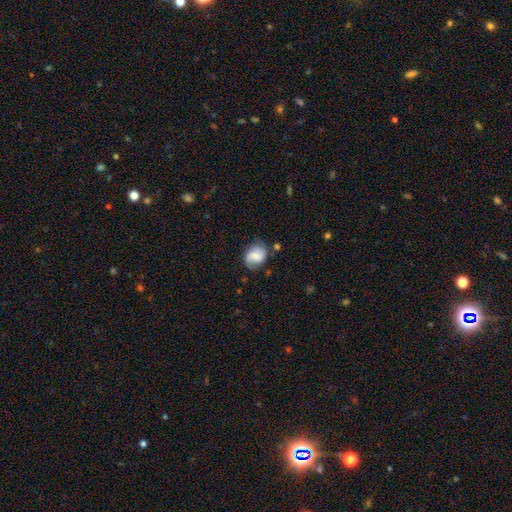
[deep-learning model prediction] smooth_or_featured: featured or disk (p=0.51) [alt: smooth p=0.41]
disk_edge_on: no (p=0.97) [alt: yes p=0.03]
merging: none (p=0.67) [alt: minor disturbance p=0.23]